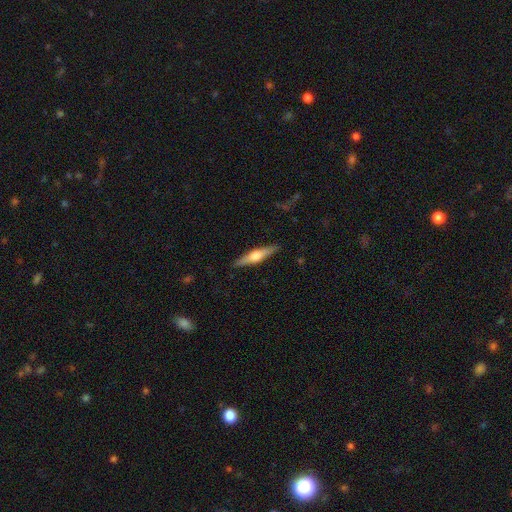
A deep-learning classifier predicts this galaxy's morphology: type=featured or disk (61%); edge-on=yes (96%); edge-on bulge=rounded (91%); merging=none (89%).